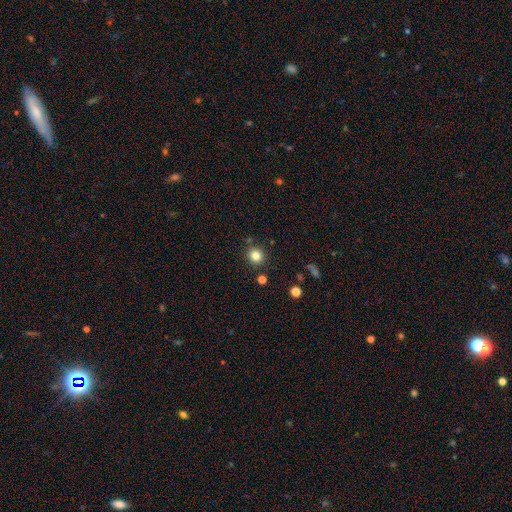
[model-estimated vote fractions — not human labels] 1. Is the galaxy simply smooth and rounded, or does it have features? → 81% smooth, 13% star or artifact, 6% featured or disk.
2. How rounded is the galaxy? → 91% round, 8% in between, 1% cigar-shaped.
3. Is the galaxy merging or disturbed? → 87% none, 7% minor disturbance, 4% merger, 2% major disturbance.